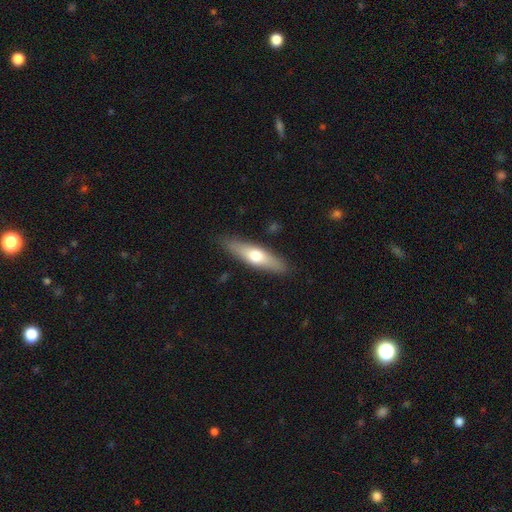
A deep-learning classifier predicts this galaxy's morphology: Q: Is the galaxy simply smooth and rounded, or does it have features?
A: smooth — 55%.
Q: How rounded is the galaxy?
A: cigar-shaped — 69%.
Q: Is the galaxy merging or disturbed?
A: none — 87%.